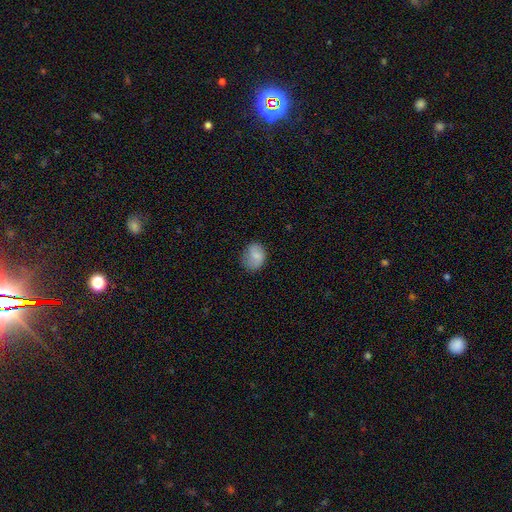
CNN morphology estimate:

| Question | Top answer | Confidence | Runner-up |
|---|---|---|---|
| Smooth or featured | smooth | 78% | featured or disk (14%) |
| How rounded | round | 53% | in between (46%) |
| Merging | none | 67% | minor disturbance (24%) |